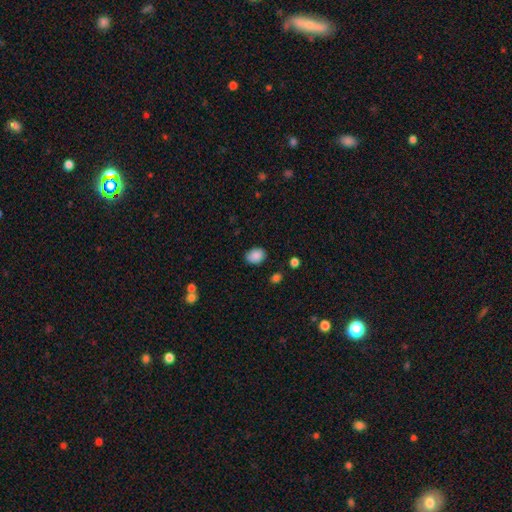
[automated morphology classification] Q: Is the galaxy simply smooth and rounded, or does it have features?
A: smooth — 88%.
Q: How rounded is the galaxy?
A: in between — 66%.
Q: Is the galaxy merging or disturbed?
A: none — 80%.